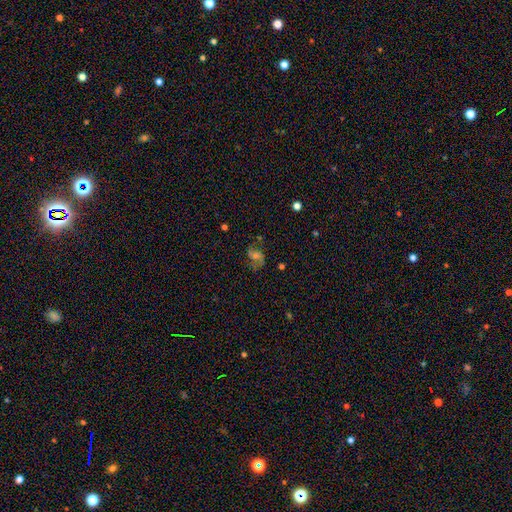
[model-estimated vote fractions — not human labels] Overall: featured or disk (62%). Edge-on disk: no (97%). Bar: no (48%; weak 41%). Spiral arms: yes (88%). Spiral arm count: 2 (81%). Spiral winding: medium (44%; loose 42%). Bulge size: moderate (41%; small 33%). Merging: none (66%).